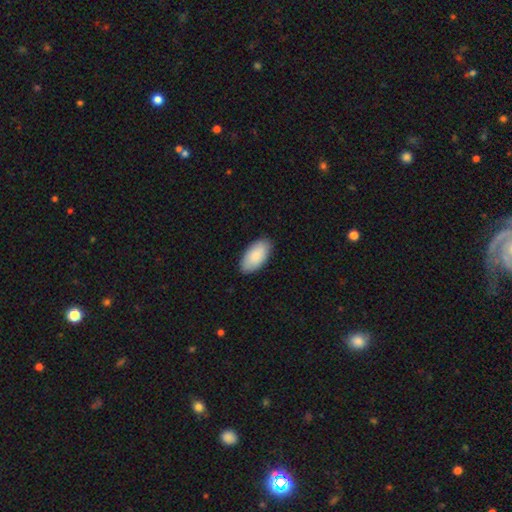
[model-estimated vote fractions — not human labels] Overall: smooth (88%). How rounded: in between (95%). Merging: none (88%).